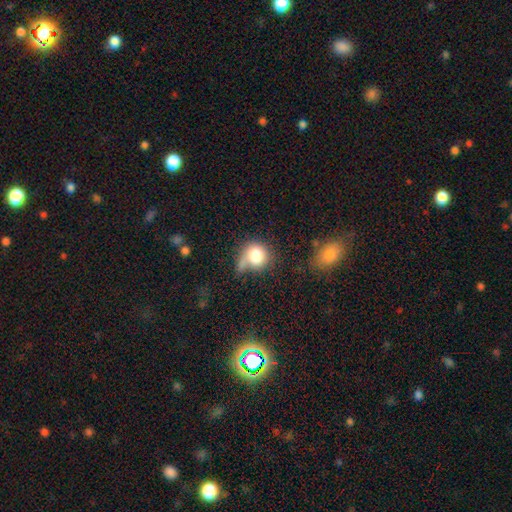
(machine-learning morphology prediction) type=smooth (78%); roundness=round (78%); merging=none (39%).